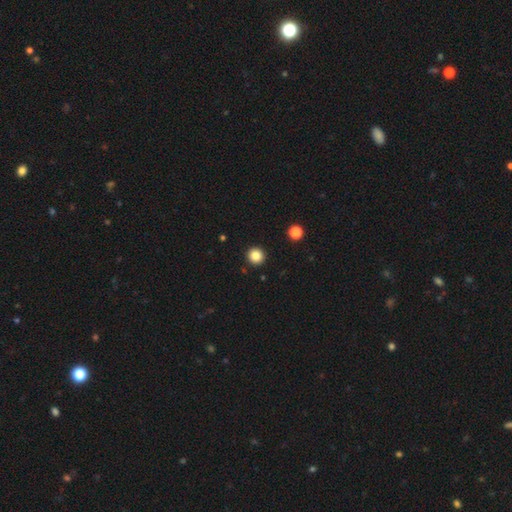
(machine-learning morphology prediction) Overall: smooth (84%). How rounded: round (95%). Merging: none (93%).